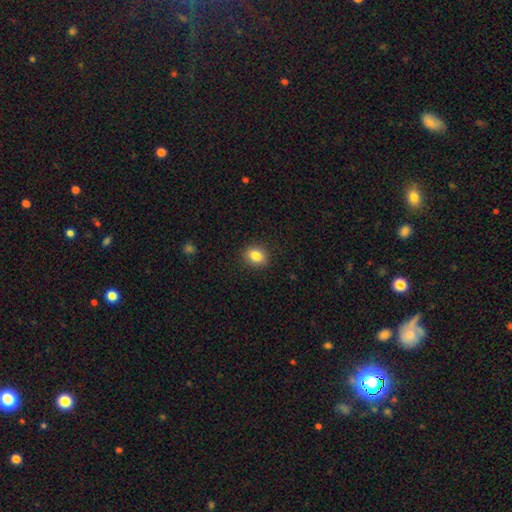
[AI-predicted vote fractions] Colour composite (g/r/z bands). It shows a smooth galaxy with no disk features (84%) that is in between round and cigar-shaped (51%). Merging: none (90%).